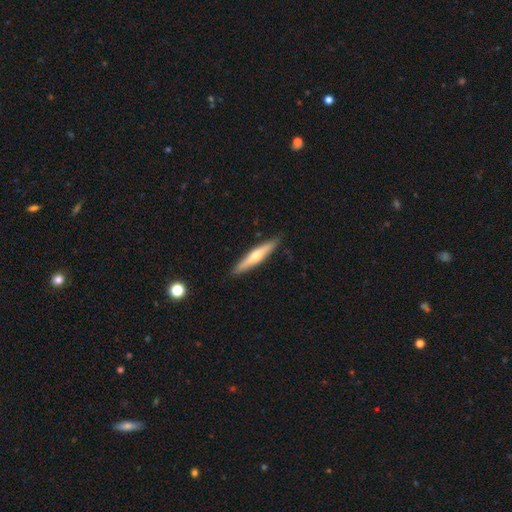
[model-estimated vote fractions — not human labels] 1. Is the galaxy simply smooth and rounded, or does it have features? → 48% featured or disk, 46% smooth, 6% star or artifact.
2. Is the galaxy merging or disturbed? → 89% none, 8% minor disturbance, 2% major disturbance, 1% merger.